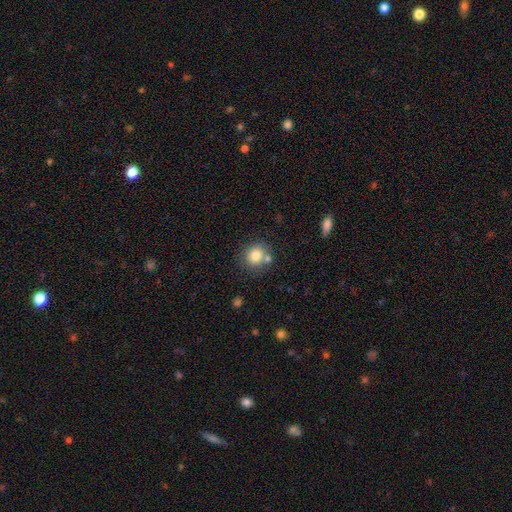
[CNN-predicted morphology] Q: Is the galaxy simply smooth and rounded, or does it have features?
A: smooth — 80%.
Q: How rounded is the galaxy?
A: round — 84%.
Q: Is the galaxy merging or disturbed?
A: none — 68%.